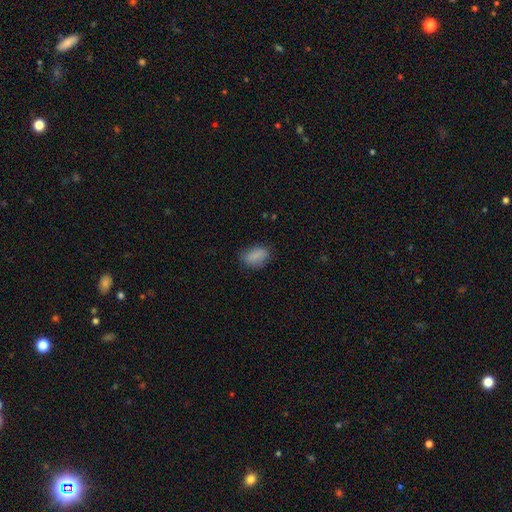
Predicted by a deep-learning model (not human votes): This is clearly a smooth galaxy (86%). How rounded: clearly in between (87%). Merging: likely none (76%).